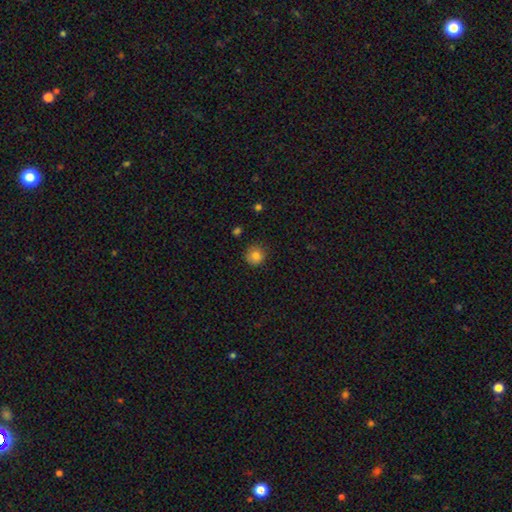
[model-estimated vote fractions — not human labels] Smooth or featured?
  - smooth: 83% *
  - star or artifact: 10%
  - featured or disk: 7%
How rounded?
  - round: 92% *
  - in between: 7%
  - cigar-shaped: 1%
Merging?
  - none: 83% *
  - minor disturbance: 13%
  - major disturbance: 3%
  - merger: 1%